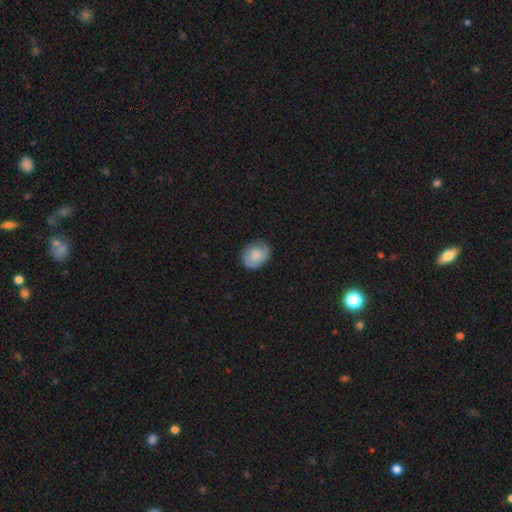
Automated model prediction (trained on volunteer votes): Overall: smooth (71%). How rounded: in between (50%; round 49%). Merging: none (71%).